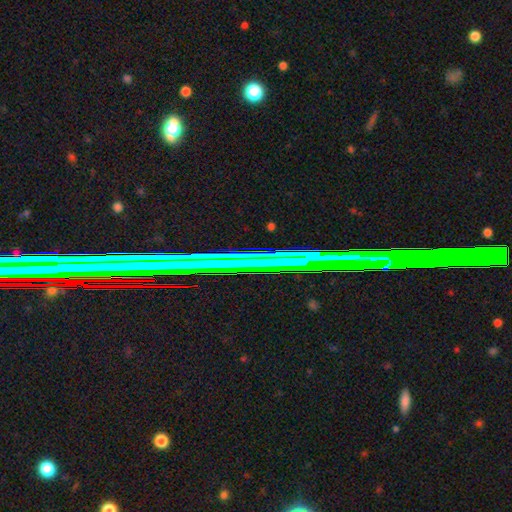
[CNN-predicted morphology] Smooth or featured? star or artifact (74%)